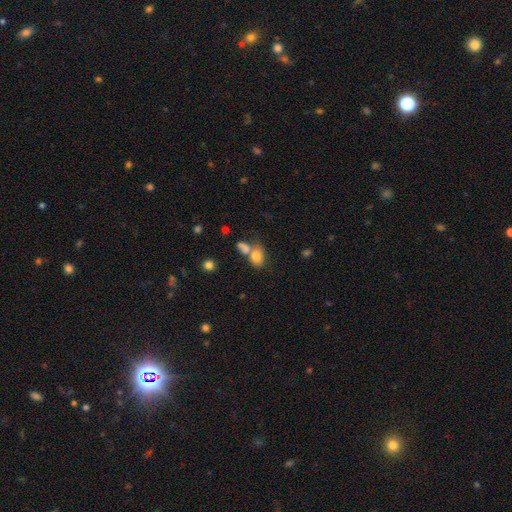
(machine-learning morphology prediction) Smooth or featured: smooth — 79% (featured or disk — 11%)
How rounded: in between — 74% (round — 24%)
Merging: merger — 43% (none — 39%)